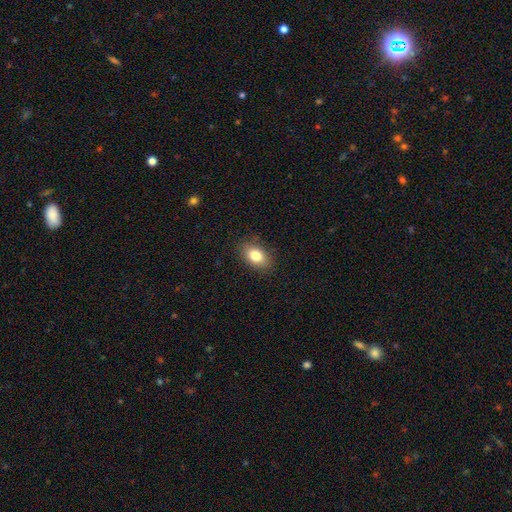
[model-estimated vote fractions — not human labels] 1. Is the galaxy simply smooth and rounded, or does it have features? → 82% smooth, 9% featured or disk, 9% star or artifact.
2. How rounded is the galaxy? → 83% in between, 15% round, 1% cigar-shaped.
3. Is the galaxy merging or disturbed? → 86% none, 10% minor disturbance, 3% major disturbance, 1% merger.